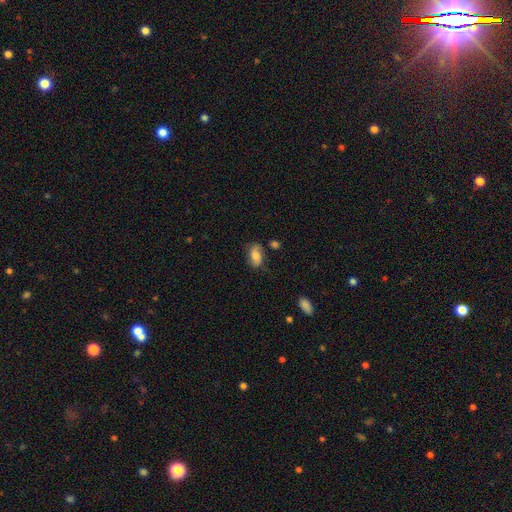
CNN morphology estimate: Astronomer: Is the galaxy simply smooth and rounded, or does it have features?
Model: smooth — 67%.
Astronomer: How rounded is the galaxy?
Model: in between — 91%.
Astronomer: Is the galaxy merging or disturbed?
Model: none — 64%.